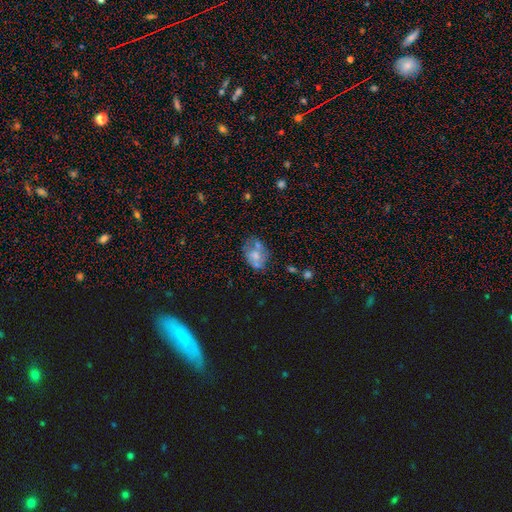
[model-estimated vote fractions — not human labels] Overall: smooth (50%; featured or disk 39%). How rounded: in between (71%). Merging: none (45%; minor disturbance 24%).